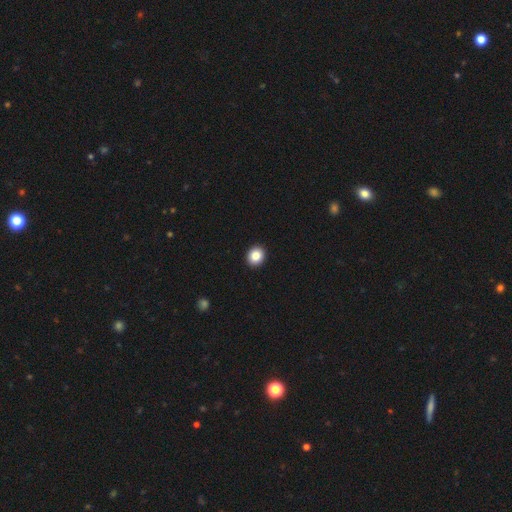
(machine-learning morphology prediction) A smooth galaxy with no disk features (85%) that is round (76%).

Vote fractions:
- Smooth or featured? smooth: 85% / star or artifact: 9% / featured or disk: 5%
- How rounded? round: 76% / in between: 23% / cigar-shaped: 1%
- Merging? none: 93% / minor disturbance: 4% / major disturbance: 1% / merger: 1%